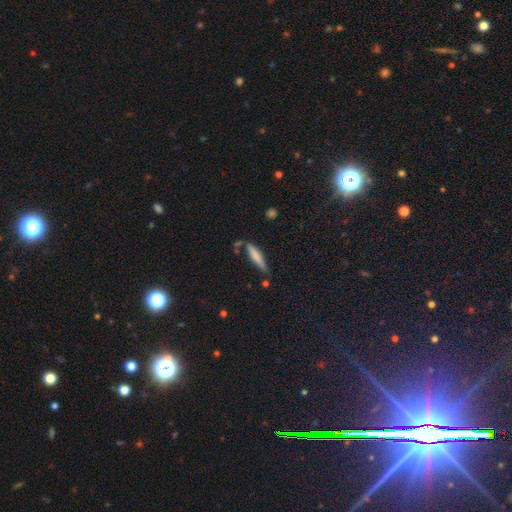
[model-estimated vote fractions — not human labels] Smooth or featured?
  - smooth: 62% *
  - featured or disk: 31%
  - star or artifact: 7%
How rounded?
  - cigar-shaped: 86% *
  - in between: 12%
  - round: 2%
Merging?
  - none: 68% *
  - minor disturbance: 19%
  - merger: 8%
  - major disturbance: 5%